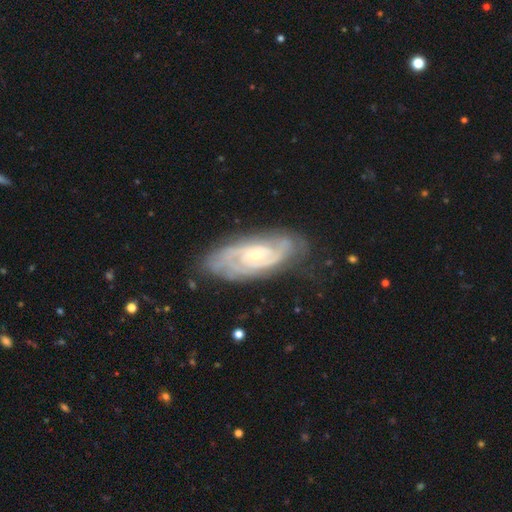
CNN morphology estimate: Smooth or featured: featured or disk — 84% (smooth — 10%)
Edge-on disk: no — 93% (yes — 7%)
Bar: no — 66% (weak — 28%)
Spiral arms: yes — 95% (no — 5%)
Spiral winding: tight — 67% (medium — 28%)
Spiral arm count: 2 — 35% (can't tell — 32%)
Bulge size: small — 76% (moderate — 19%)
Merging: none — 72% (minor disturbance — 20%)